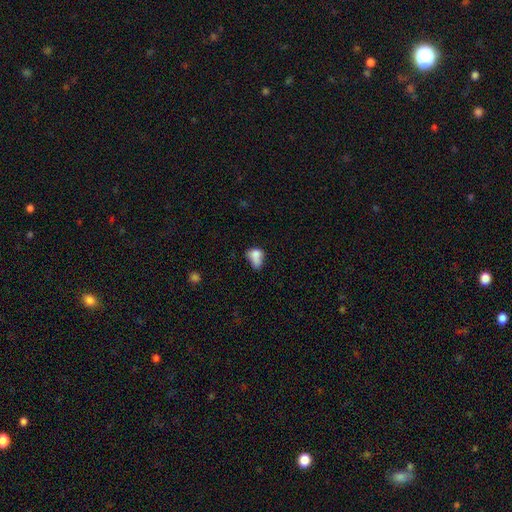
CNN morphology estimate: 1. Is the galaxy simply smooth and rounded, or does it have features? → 74% smooth, 15% featured or disk, 11% star or artifact.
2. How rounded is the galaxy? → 77% in between, 21% round, 2% cigar-shaped.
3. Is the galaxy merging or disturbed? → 32% minor disturbance, 25% none, 24% major disturbance, 18% merger.